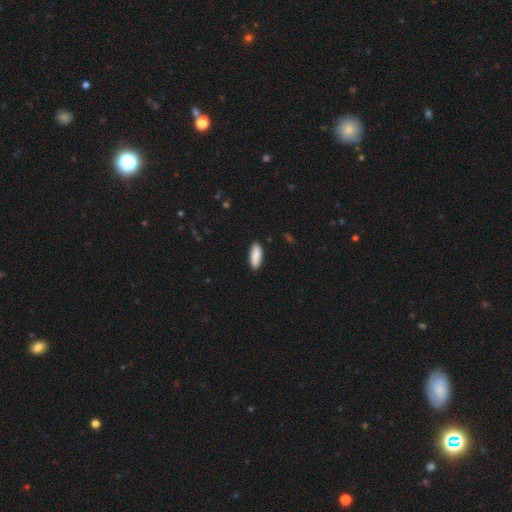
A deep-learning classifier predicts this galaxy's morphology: Smooth or featured?
  - smooth: 89% *
  - featured or disk: 6%
  - star or artifact: 5%
How rounded?
  - in between: 66% *
  - cigar-shaped: 33%
  - round: 2%
Merging?
  - none: 88% *
  - minor disturbance: 9%
  - major disturbance: 2%
  - merger: 1%